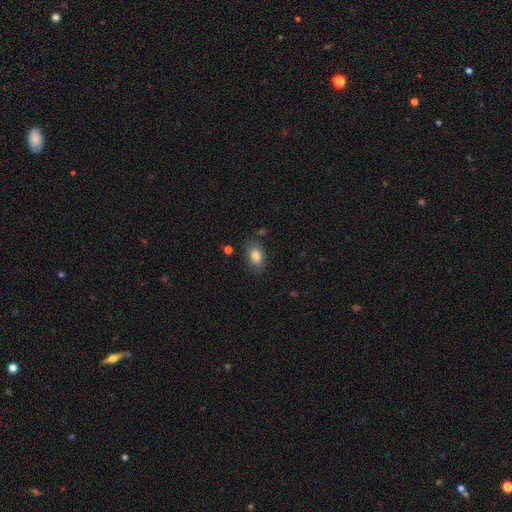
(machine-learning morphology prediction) Smooth or featured: smooth — 84% (featured or disk — 8%)
How rounded: in between — 86% (round — 12%)
Merging: none — 79% (minor disturbance — 14%)